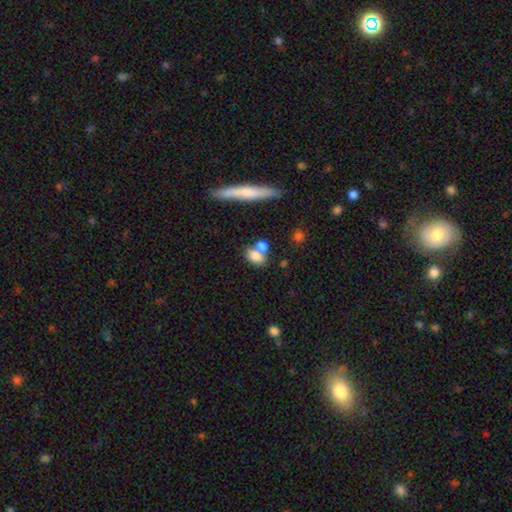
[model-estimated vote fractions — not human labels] A smooth galaxy with no disk features (78%) that is in between round and cigar-shaped (77%).

Vote fractions:
- Smooth or featured? smooth: 78% / featured or disk: 12% / star or artifact: 9%
- How rounded? in between: 77% / round: 17% / cigar-shaped: 6%
- Merging? none: 48% / merger: 34% / minor disturbance: 13% / major disturbance: 5%